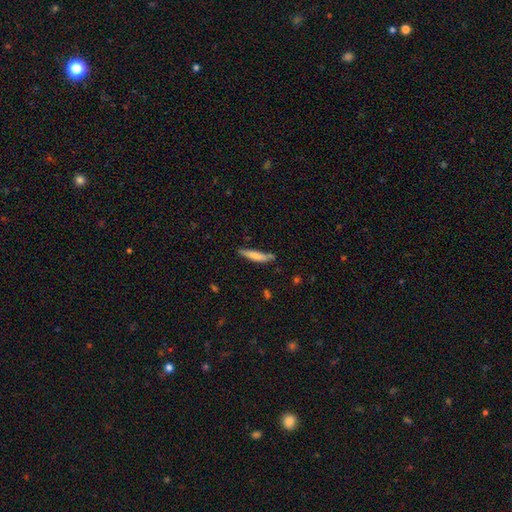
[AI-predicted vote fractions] Overall: smooth (74%). How rounded: cigar-shaped (86%). Merging: none (68%).